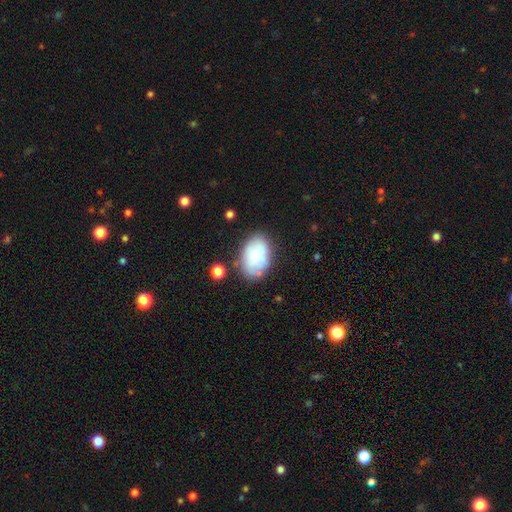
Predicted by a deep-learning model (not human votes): The model was most divided on "smooth or featured": smooth: 69%, featured or disk: 23%, star or artifact: 8%. More confident: how rounded — in between (87%); merging — none (68%).